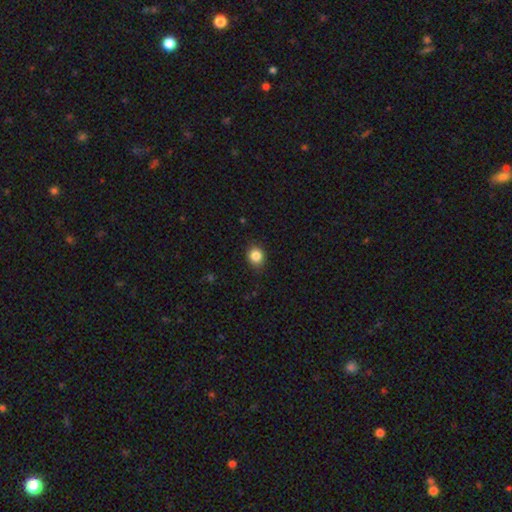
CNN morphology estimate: A smooth galaxy with no disk features (85%) that is round (71%). Merging: none (87%).